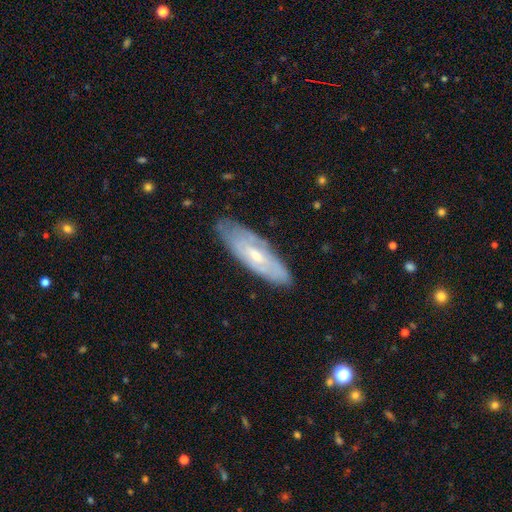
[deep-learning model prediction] A featured or disk galaxy (60%). Merging: none (76%).